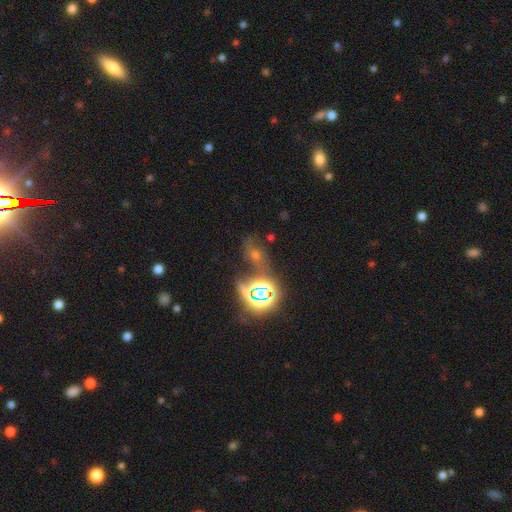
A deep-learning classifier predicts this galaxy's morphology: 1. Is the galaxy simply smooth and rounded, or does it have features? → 51% star or artifact, 26% featured or disk, 23% smooth.